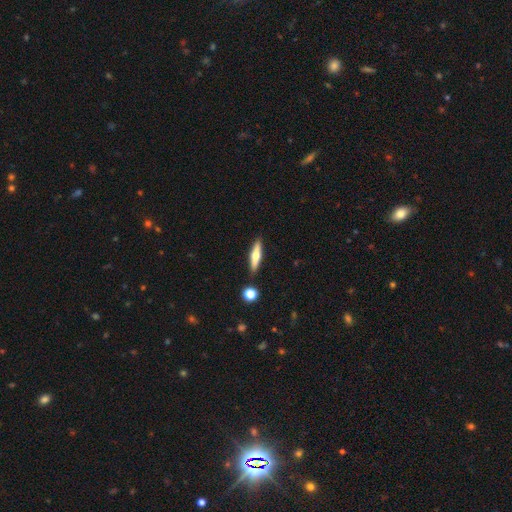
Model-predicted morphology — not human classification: This appears to be a smooth galaxy with no disk features (50%) that is cigar-shaped (74%). Merging: none (86%).